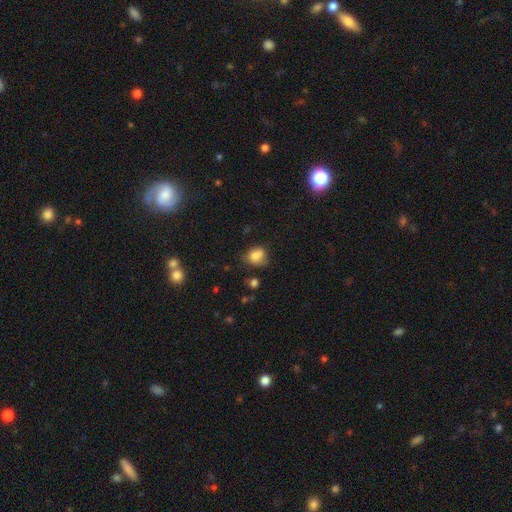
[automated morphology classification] Smooth or featured? smooth (77%)
How rounded? round (62%)
Merging? none (48%)